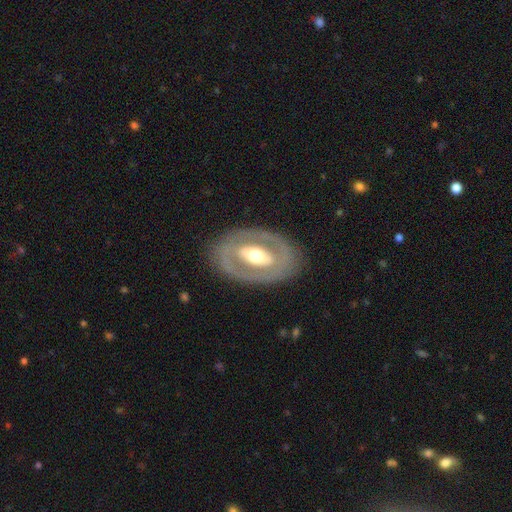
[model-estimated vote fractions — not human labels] Smooth or featured?
  - featured or disk: 67% *
  - smooth: 28%
  - star or artifact: 5%
Edge-on disk?
  - no: 90% *
  - yes: 10%
Bar?
  - no: 40% *
  - strong: 35%
  - weak: 25%
Spiral arms?
  - no: 81% *
  - yes: 19%
Bulge size?
  - moderate: 63% *
  - large: 22%
  - small: 11%
  - dominant: 2%
  - none: 1%
Merging?
  - none: 82% *
  - minor disturbance: 11%
  - major disturbance: 6%
  - merger: 1%